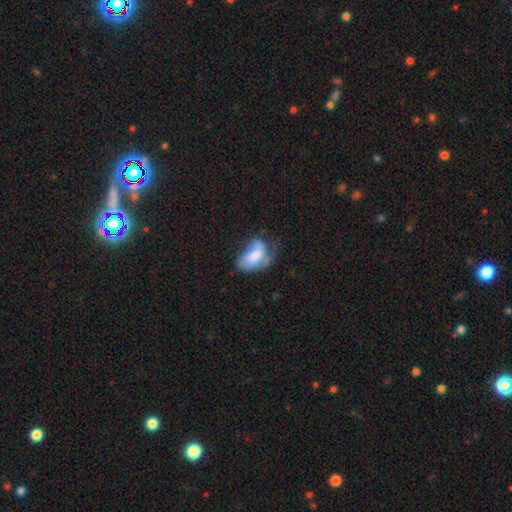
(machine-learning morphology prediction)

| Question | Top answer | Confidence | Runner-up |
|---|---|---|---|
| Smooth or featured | smooth | 57% | featured or disk (35%) |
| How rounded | in between | 90% | round (7%) |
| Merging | major disturbance | 42% | minor disturbance (28%) |